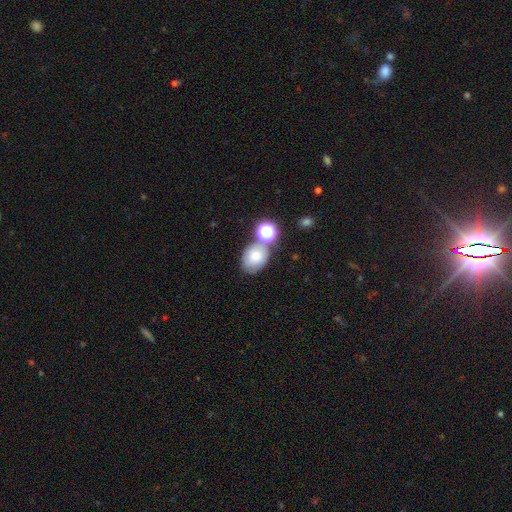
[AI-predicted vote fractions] A smooth galaxy with no disk features (70%) that is in between round and cigar-shaped (61%).

Vote fractions:
- Smooth or featured? smooth: 70% / featured or disk: 16% / star or artifact: 14%
- How rounded? in between: 61% / round: 38% / cigar-shaped: 1%
- Merging? none: 52% / merger: 25% / minor disturbance: 17% / major disturbance: 6%